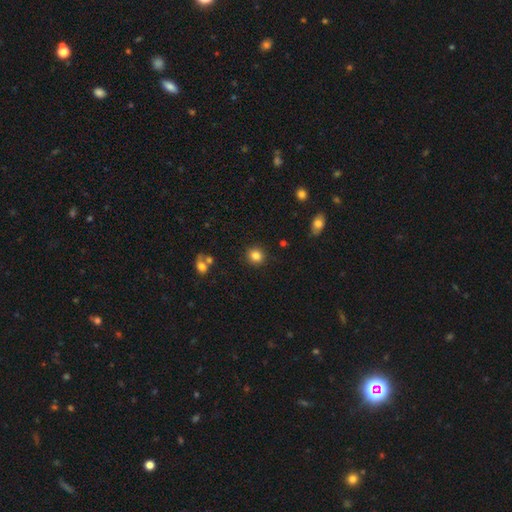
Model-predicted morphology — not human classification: smooth 84%, star or artifact 11%, featured or disk 5%. Down the decision tree: how rounded — round (88%); merging — none (89%).